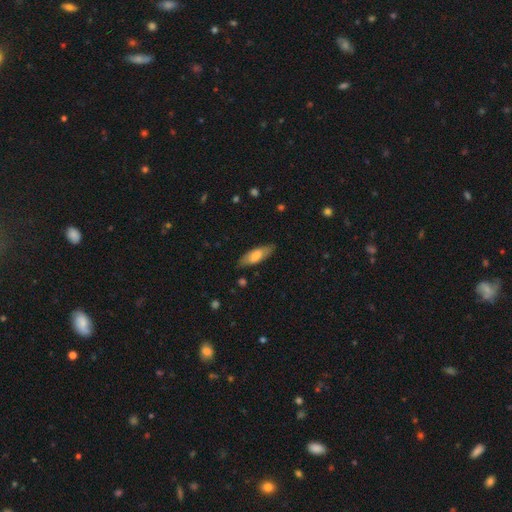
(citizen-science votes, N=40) Morphology: type=smooth (62%); roundness=in between (68%); merging=none (79%).